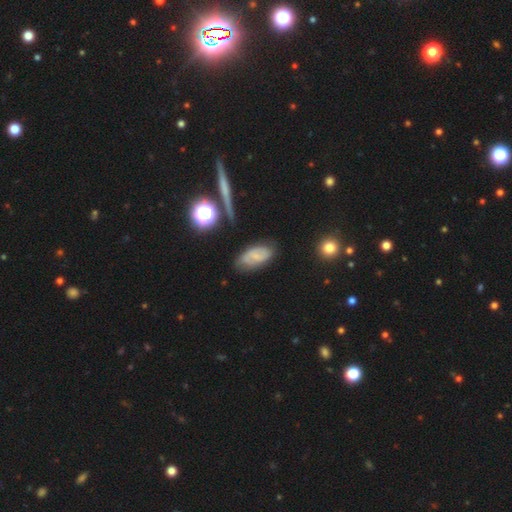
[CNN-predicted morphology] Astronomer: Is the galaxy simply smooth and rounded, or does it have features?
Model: featured or disk — 46% (runner-up: smooth, 44%).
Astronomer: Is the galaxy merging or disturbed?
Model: none — 71%.